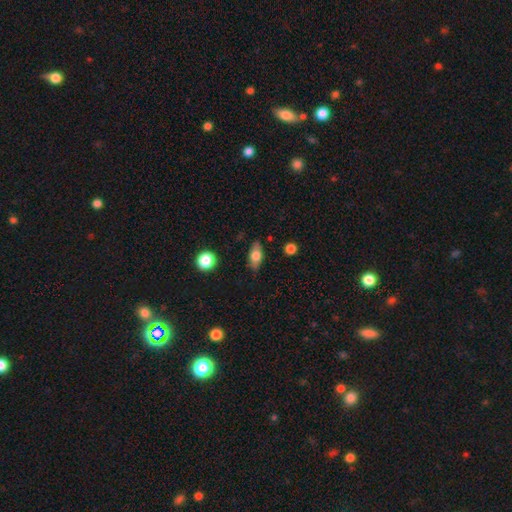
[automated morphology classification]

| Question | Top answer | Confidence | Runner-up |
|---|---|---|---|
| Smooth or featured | smooth | 71% | featured or disk (21%) |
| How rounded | in between | 81% | cigar-shaped (11%) |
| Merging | none | 81% | minor disturbance (14%) |